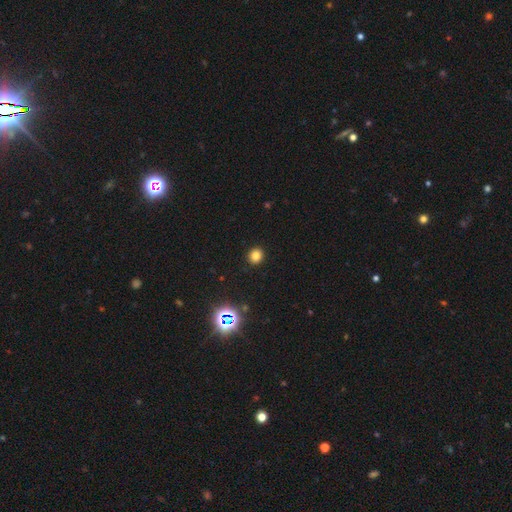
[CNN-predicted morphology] Smooth or featured? smooth (78%)
How rounded? round (80%)
Merging? none (91%)